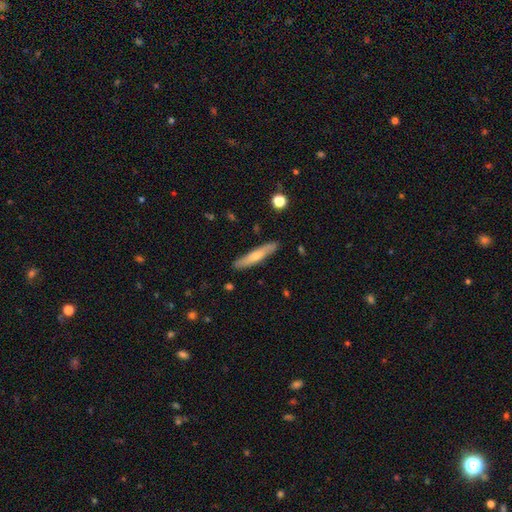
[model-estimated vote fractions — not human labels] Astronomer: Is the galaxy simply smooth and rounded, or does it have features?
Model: smooth — 57% (runner-up: featured or disk, 37%).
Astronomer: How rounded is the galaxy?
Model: cigar-shaped — 90%.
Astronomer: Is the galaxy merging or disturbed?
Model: none — 86%.